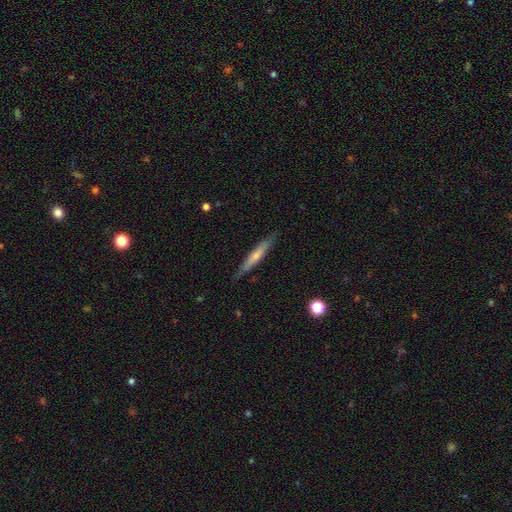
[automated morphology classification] Overall: smooth (49%; featured or disk 45%). Merging: none (84%).